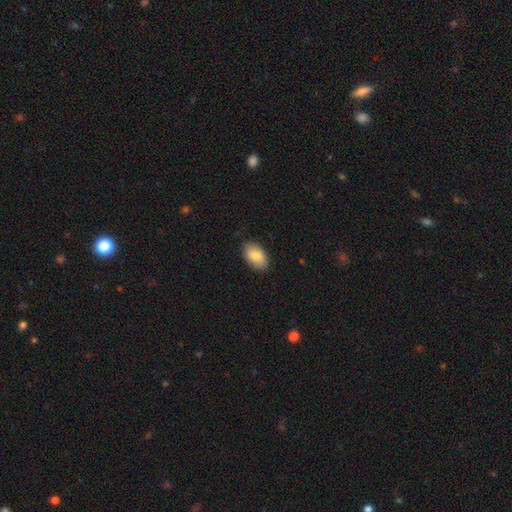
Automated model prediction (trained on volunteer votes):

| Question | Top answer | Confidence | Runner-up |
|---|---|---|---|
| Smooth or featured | smooth | 84% | featured or disk (10%) |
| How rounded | in between | 93% | round (5%) |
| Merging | none | 86% | minor disturbance (11%) |